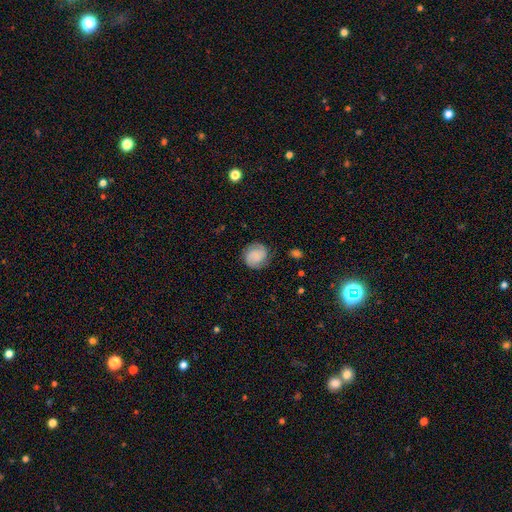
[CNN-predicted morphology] Overall: featured or disk (52%; smooth 39%). Edge-on disk: no (98%). Bar: no (59%; weak 33%). Spiral arms: yes (93%). Bulge size: none (48%; small 29%). Merging: none (78%).